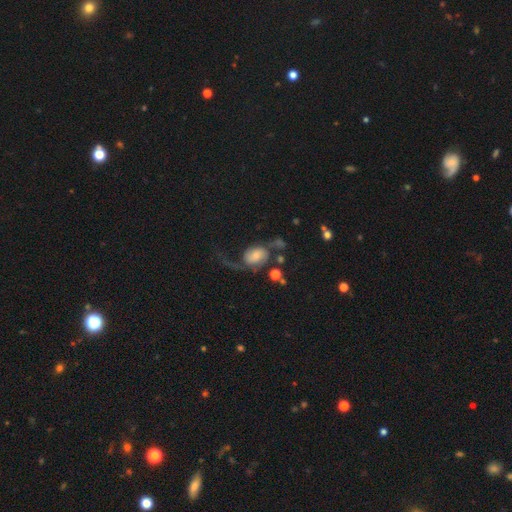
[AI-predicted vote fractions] Smooth or featured? featured or disk (61%)
Edge-on disk? no (97%)
Bar? no (60%)
Spiral arms? yes (87%)
Spiral winding? loose (74%)
Spiral arm count? 2 (80%)
Bulge size? small (34%)
Merging? major disturbance (40%)